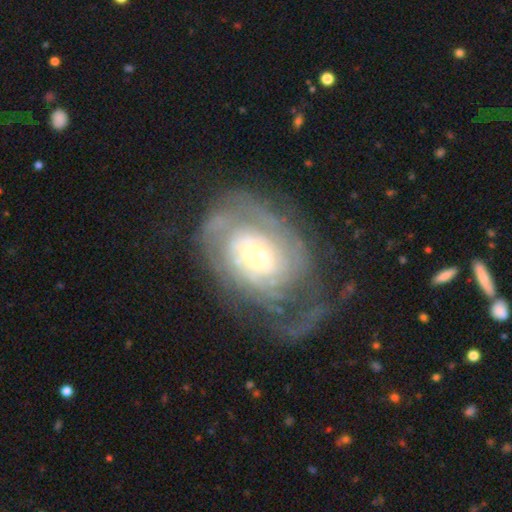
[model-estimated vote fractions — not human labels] Smooth or featured?
  - featured or disk: 84% *
  - smooth: 10%
  - star or artifact: 6%
Edge-on disk?
  - no: 96% *
  - yes: 4%
Bar?
  - no: 61% *
  - weak: 30%
  - strong: 9%
Spiral arms?
  - yes: 91% *
  - no: 9%
Spiral winding?
  - tight: 66% *
  - medium: 25%
  - loose: 10%
Spiral arm count?
  - can't tell: 42% *
  - 2: 23%
  - 3: 13%
  - 4: 9%
  - more than 4: 7%
  - 1: 7%
Bulge size?
  - moderate: 63% *
  - small: 22%
  - large: 12%
  - dominant: 1%
  - none: 1%
Merging?
  - none: 56% *
  - major disturbance: 22%
  - minor disturbance: 21%
  - merger: 2%